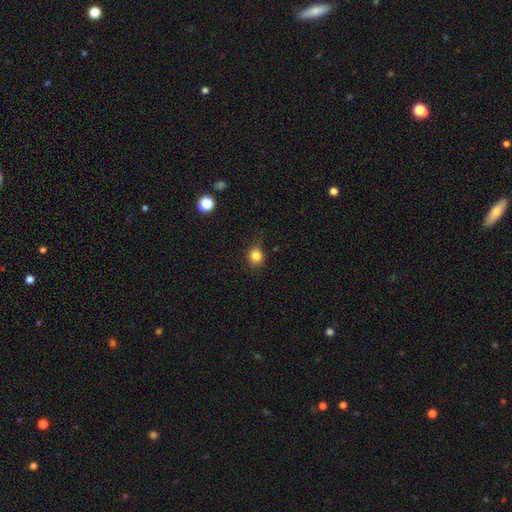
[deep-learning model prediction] Smooth or featured? smooth (82%)
How rounded? round (77%)
Merging? none (75%)